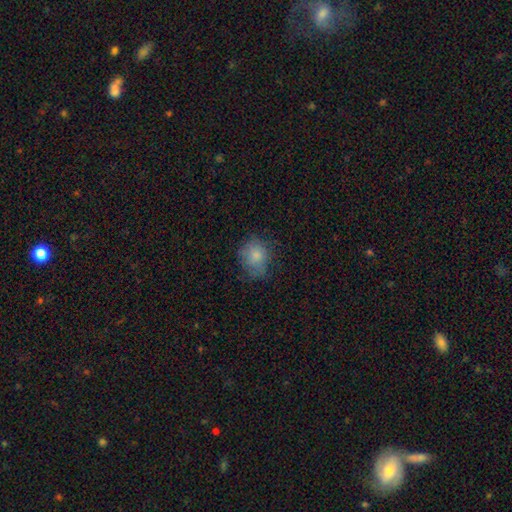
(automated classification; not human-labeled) Smooth or featured? smooth (80%)
How rounded? round (66%)
Merging? none (63%)